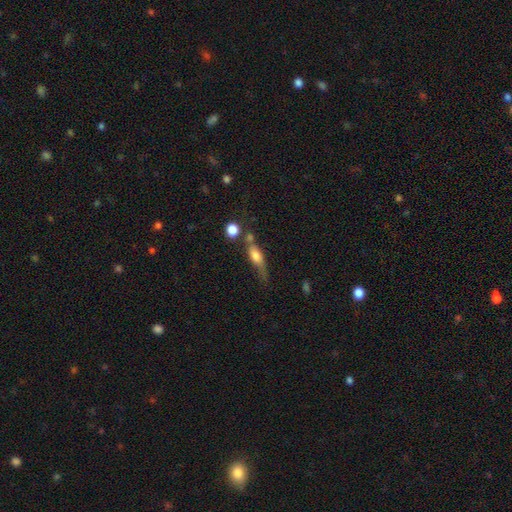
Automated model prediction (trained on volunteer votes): Morphology: type=smooth (61%); roundness=in between (54%); merging=none (36%).